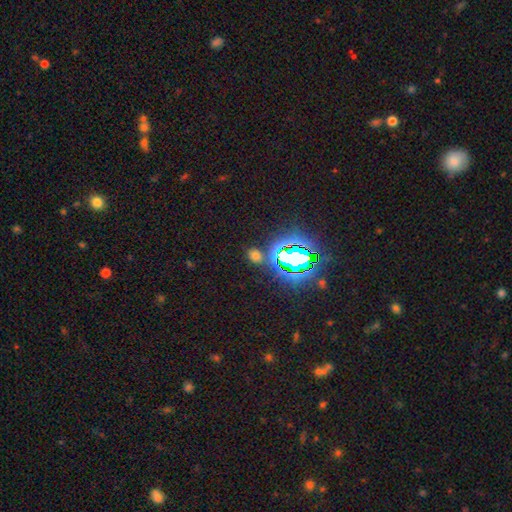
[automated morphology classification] This is possibly a smooth galaxy (51%). How rounded: possibly in between (55%). Merging: likely none (79%).